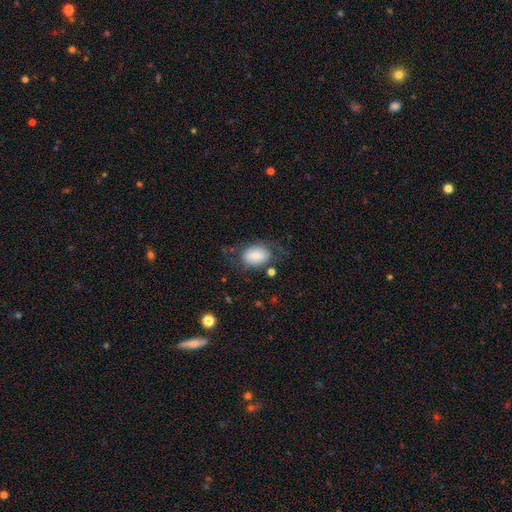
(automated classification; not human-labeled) A smooth galaxy with no disk features (68%) that is in between round and cigar-shaped (80%). Merging: none (54%).